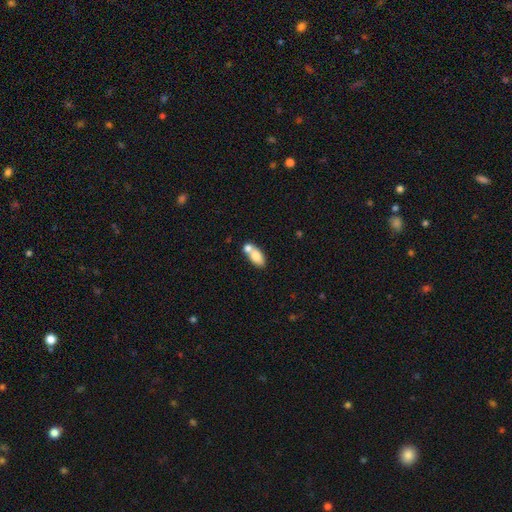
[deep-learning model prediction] smooth_or_featured: smooth (p=0.78) [alt: featured or disk p=0.15]
how_rounded: in between (p=0.86) [alt: cigar-shaped p=0.08]
merging: merger (p=0.51) [alt: none p=0.35]